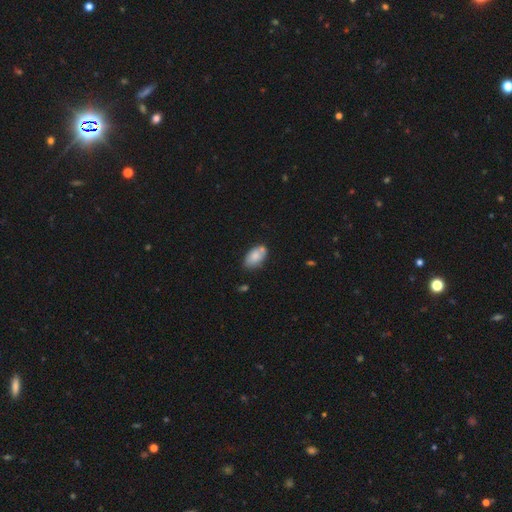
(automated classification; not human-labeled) A smooth galaxy with no disk features (79%) that is in between round and cigar-shaped (94%). Merging: none (64%).